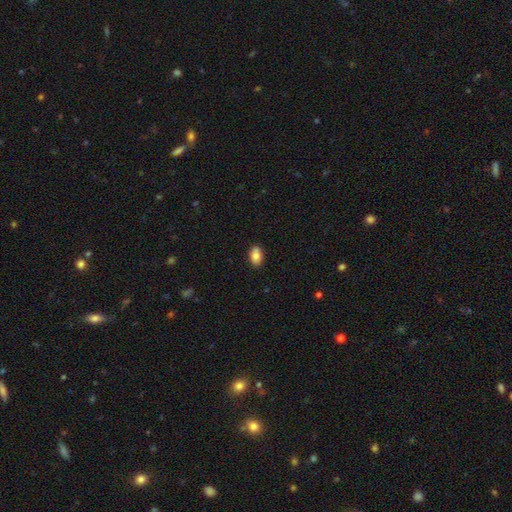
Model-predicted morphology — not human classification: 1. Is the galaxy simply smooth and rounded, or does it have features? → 83% smooth, 9% featured or disk, 8% star or artifact.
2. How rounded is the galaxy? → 88% in between, 11% round, 2% cigar-shaped.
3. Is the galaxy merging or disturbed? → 79% none, 13% minor disturbance, 5% merger, 2% major disturbance.